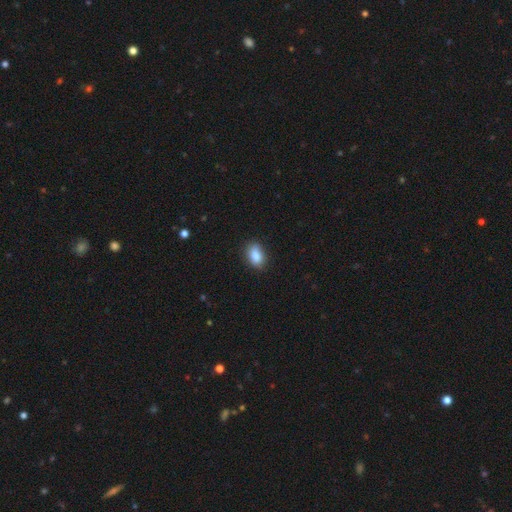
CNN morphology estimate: A smooth galaxy with no disk features (85%) that is in between round and cigar-shaped (85%). Merging: none (78%).